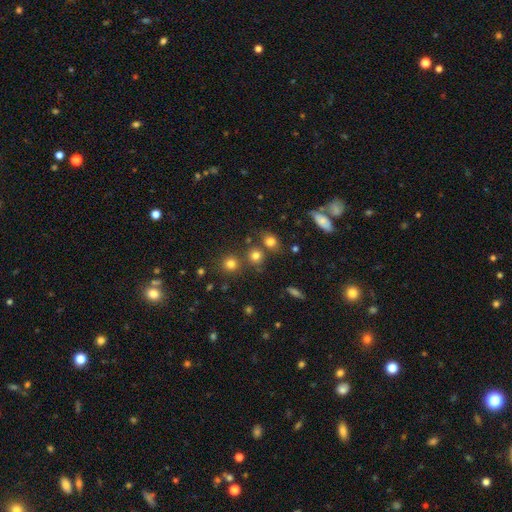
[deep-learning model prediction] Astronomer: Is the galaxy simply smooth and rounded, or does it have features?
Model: smooth — 75%.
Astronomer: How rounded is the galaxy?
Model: round — 86%.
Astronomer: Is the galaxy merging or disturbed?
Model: none — 70%.